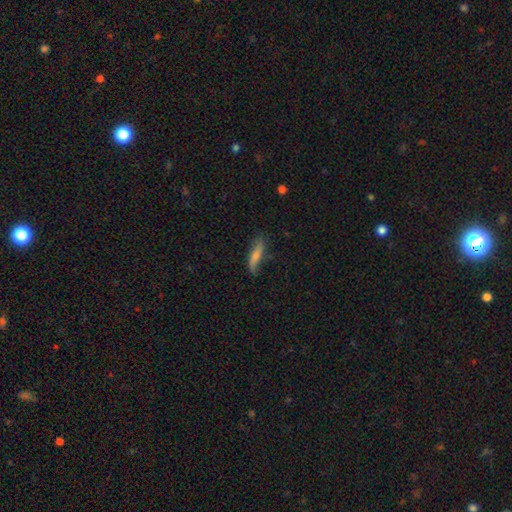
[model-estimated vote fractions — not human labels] Morphology: type=smooth (62%); roundness=cigar-shaped (75%); merging=none (65%).